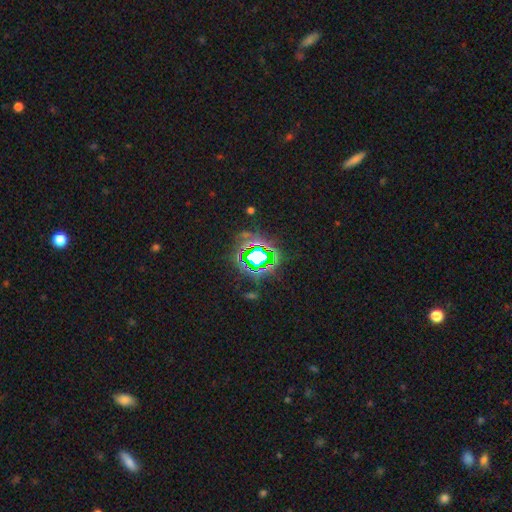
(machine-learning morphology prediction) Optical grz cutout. It shows a star or artifact, not a galaxy (71%).